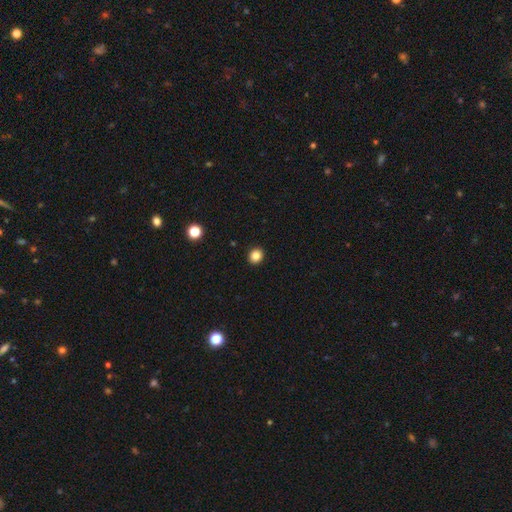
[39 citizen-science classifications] A smooth galaxy with no disk features (95%) that is round (86%).

Vote fractions:
- Smooth or featured? smooth: 95% / featured or disk: 5% / star or artifact: 0%
- How rounded? round: 86% / in between: 14% / cigar-shaped: 0%
- Merging? none: 92% / minor disturbance: 5% / major disturbance: 3% / merger: 0%